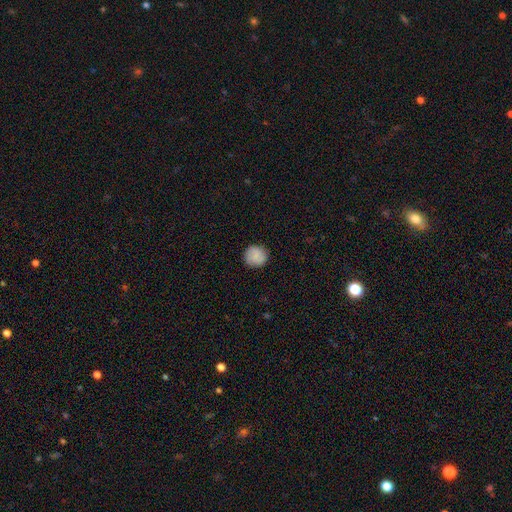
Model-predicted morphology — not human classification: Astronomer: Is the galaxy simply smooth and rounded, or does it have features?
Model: smooth — 80%.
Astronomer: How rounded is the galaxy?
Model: round — 93%.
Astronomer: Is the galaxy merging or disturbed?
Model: none — 89%.